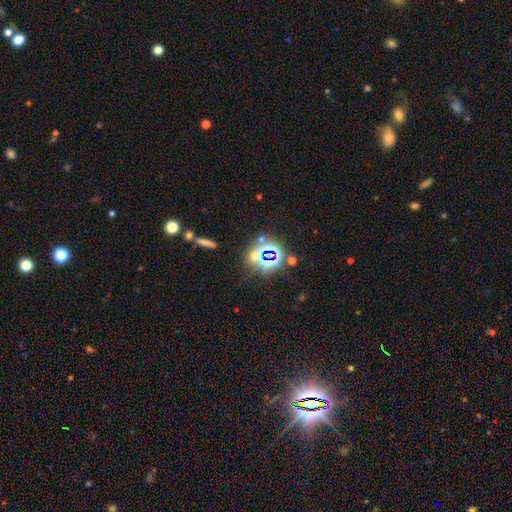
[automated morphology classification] The model was most divided on "smooth or featured": star or artifact: 60%, smooth: 28%, featured or disk: 11%.